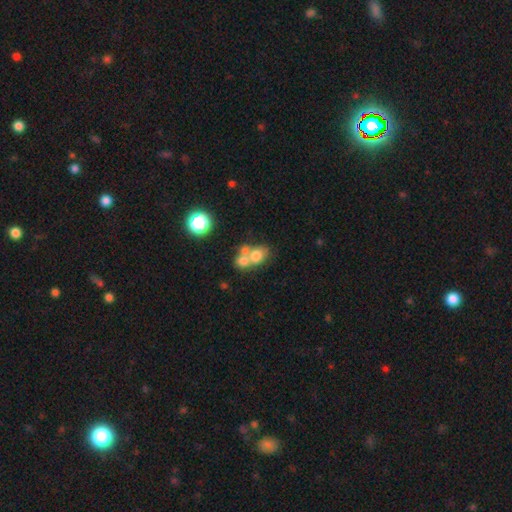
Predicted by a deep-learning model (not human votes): Smooth or featured: smooth — 66% (featured or disk — 21%)
How rounded: round — 56% (in between — 42%)
Merging: merger — 61% (none — 27%)